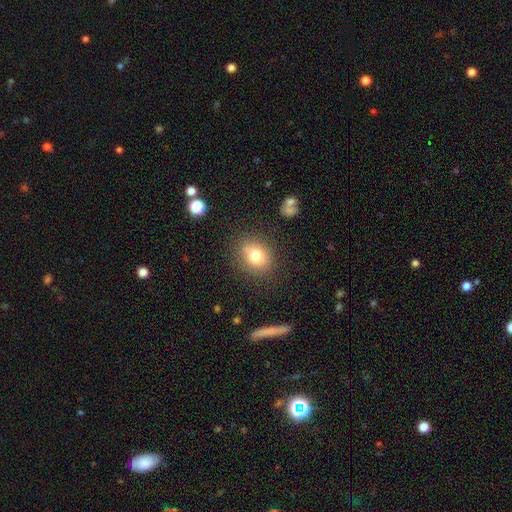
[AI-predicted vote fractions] smooth-or-featured: smooth: 77% | star or artifact: 12% | featured or disk: 11%
  how-rounded: round: 63% | in between: 36% | cigar-shaped: 1%
  merging: none: 81% | minor disturbance: 12% | major disturbance: 4% | merger: 3%